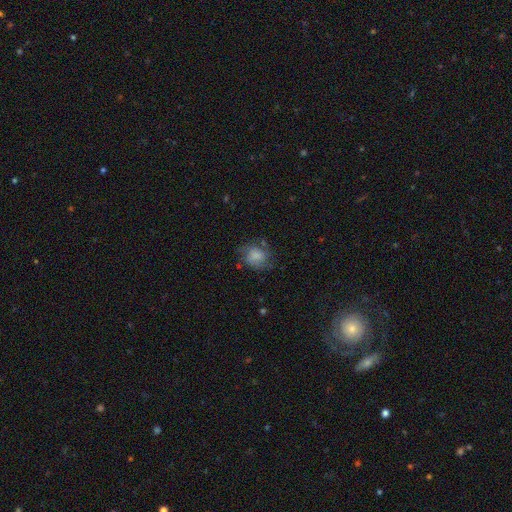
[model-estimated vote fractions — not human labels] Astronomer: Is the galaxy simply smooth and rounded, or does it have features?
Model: smooth — 61%.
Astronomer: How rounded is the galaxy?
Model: round — 55% (runner-up: in between, 43%).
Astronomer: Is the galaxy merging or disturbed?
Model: none — 57%.